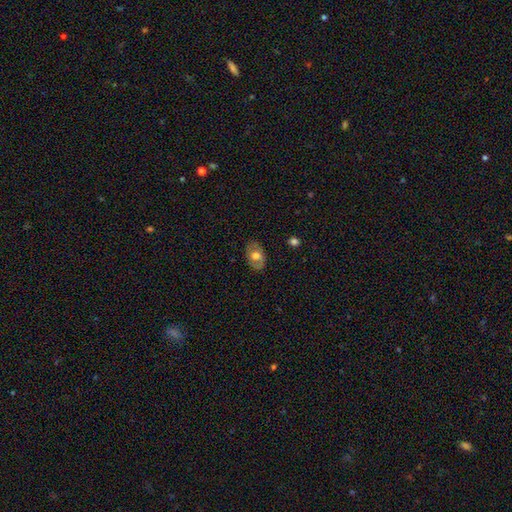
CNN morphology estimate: The model was most divided on "smooth or featured": smooth: 54%, featured or disk: 40%, star or artifact: 7%. More confident: how rounded — in between (83%); merging — none (81%).